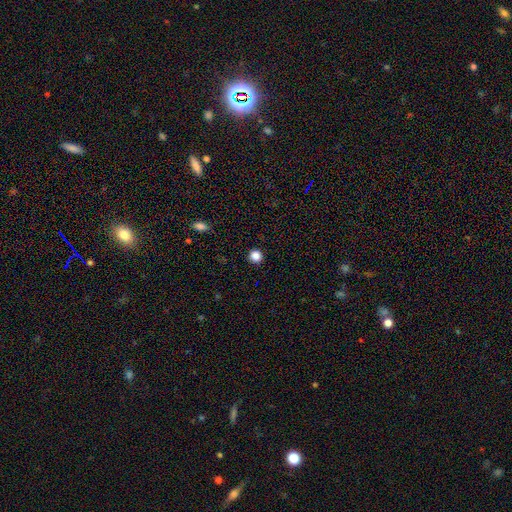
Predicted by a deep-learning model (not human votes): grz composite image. It shows a smooth galaxy with no disk features (85%) that is round (94%). Merging: none (93%).